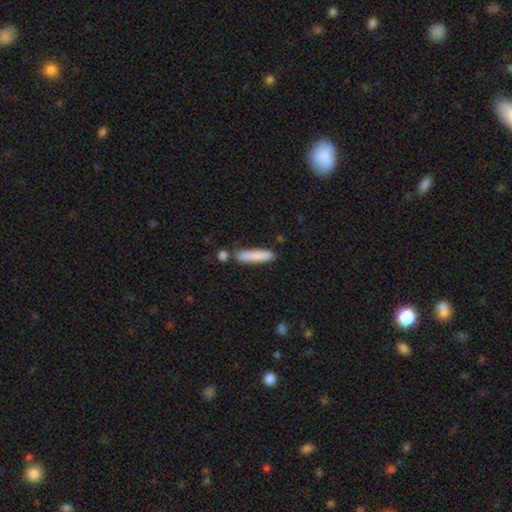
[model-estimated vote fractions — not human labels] Smooth or featured? Predicted: smooth (p=0.83). How rounded? Predicted: cigar-shaped (p=0.86). Merging? Predicted: none (p=0.76).